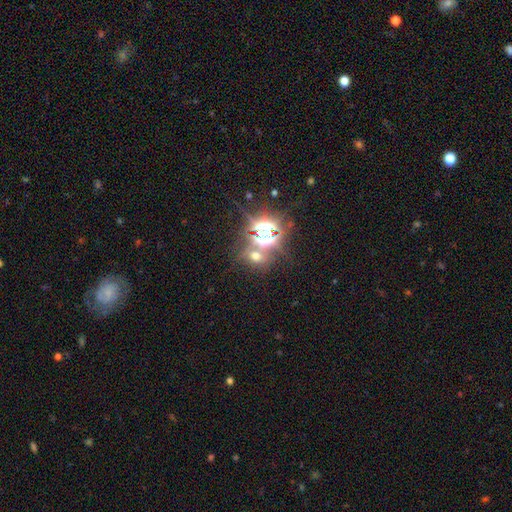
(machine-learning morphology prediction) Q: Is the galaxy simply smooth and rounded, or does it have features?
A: star or artifact — 67%.